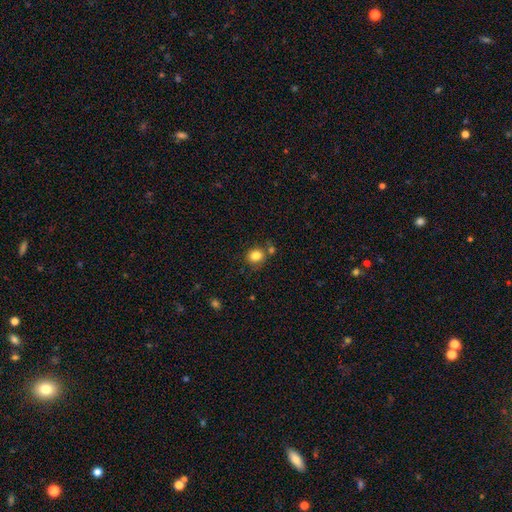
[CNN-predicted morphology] A smooth galaxy with no disk features (83%) that is round (73%).

Vote fractions:
- Smooth or featured? smooth: 83% / star or artifact: 10% / featured or disk: 6%
- How rounded? round: 73% / in between: 26% / cigar-shaped: 1%
- Merging? none: 70% / merger: 14% / minor disturbance: 12% / major disturbance: 4%